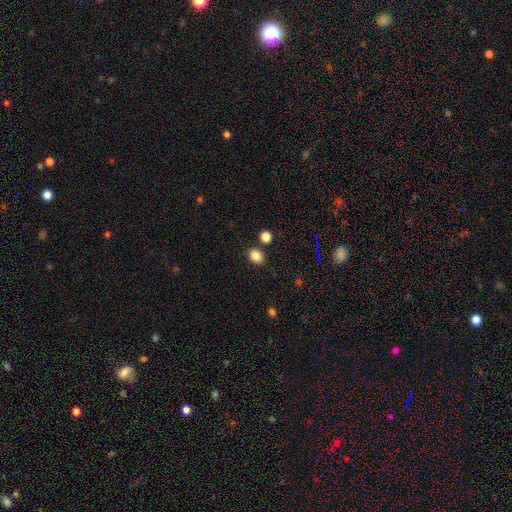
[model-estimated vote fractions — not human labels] Smooth or featured? Predicted: smooth (p=0.85). How rounded? Predicted: in between (p=0.61). Merging? Predicted: none (p=0.81).